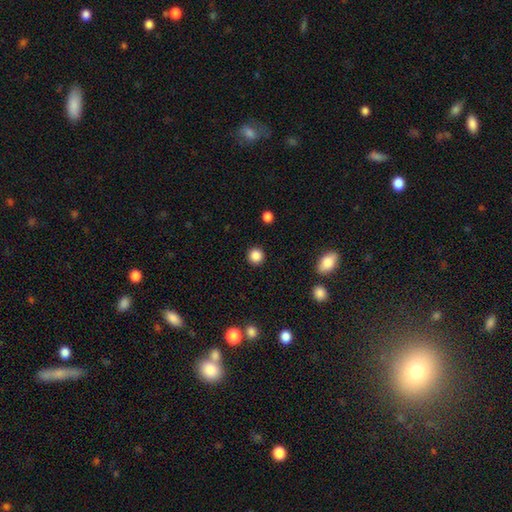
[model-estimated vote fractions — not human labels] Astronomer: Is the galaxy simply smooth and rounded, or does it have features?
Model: smooth — 87%.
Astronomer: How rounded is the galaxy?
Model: round — 94%.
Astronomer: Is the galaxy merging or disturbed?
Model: none — 92%.